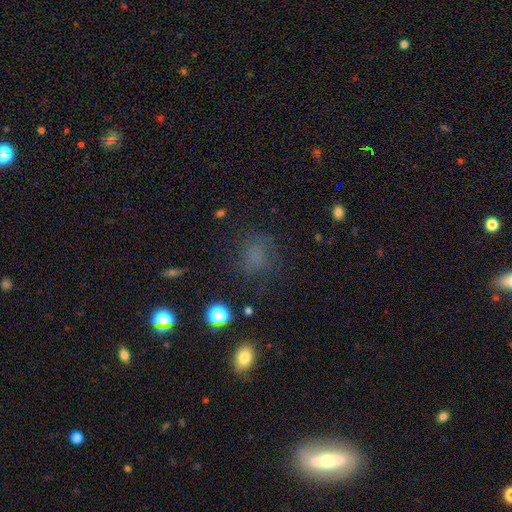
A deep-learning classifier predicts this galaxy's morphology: Smooth or featured: smooth — 66% (star or artifact — 24%)
How rounded: round — 67% (in between — 31%)
Merging: none — 70% (minor disturbance — 17%)